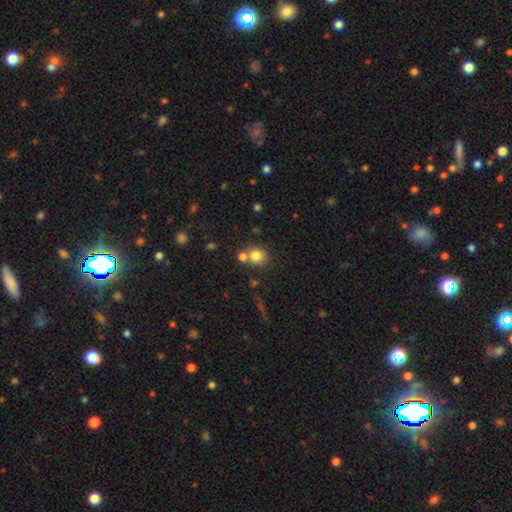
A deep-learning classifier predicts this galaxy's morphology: Overall: smooth (79%). How rounded: round (78%). Merging: none (57%; merger 30%).